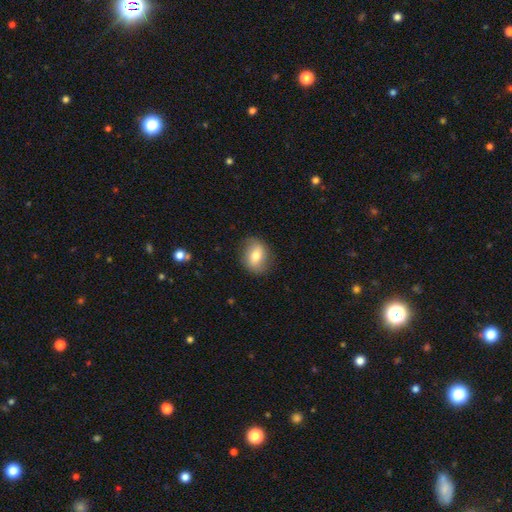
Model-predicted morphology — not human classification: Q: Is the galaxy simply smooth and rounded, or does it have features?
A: smooth — 68%.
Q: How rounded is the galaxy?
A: in between — 59%.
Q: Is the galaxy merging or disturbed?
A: none — 83%.